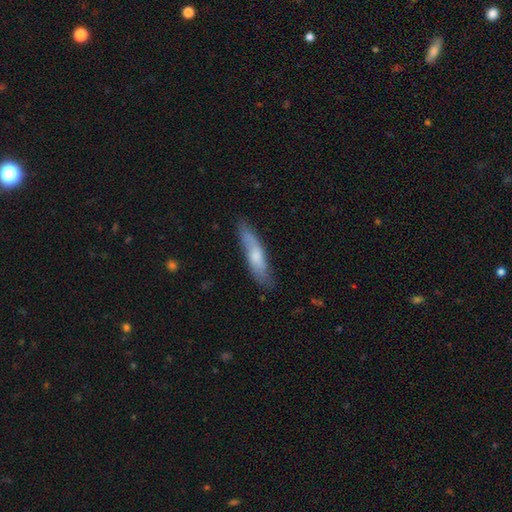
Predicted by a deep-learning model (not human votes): This appears to be a smooth galaxy with no disk features (56%) that is cigar-shaped (77%). Merging: none (78%).